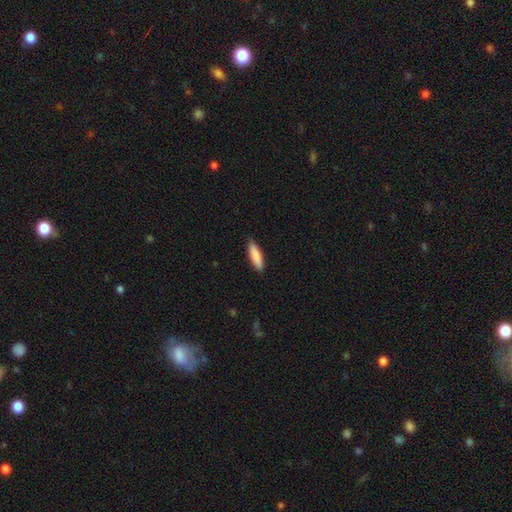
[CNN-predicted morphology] smooth 86%, featured or disk 9%, star or artifact 5%. Down the decision tree: how rounded — cigar-shaped (64%); merging — none (88%).